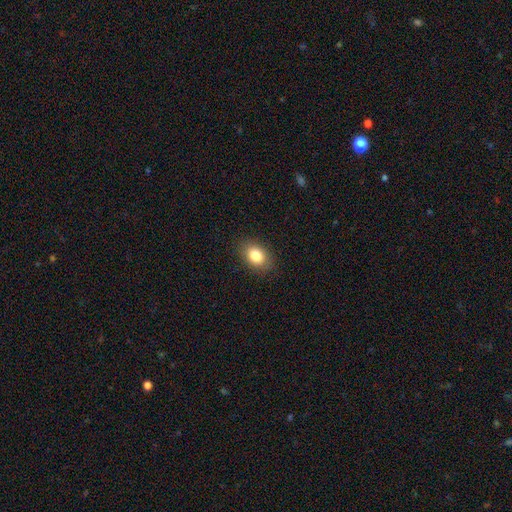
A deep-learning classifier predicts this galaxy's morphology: Q: Smooth or featured?
A: smooth (83%); runner-up: star or artifact (9%)
Q: How rounded?
A: in between (80%); runner-up: round (19%)
Q: Merging?
A: none (87%); runner-up: minor disturbance (10%)